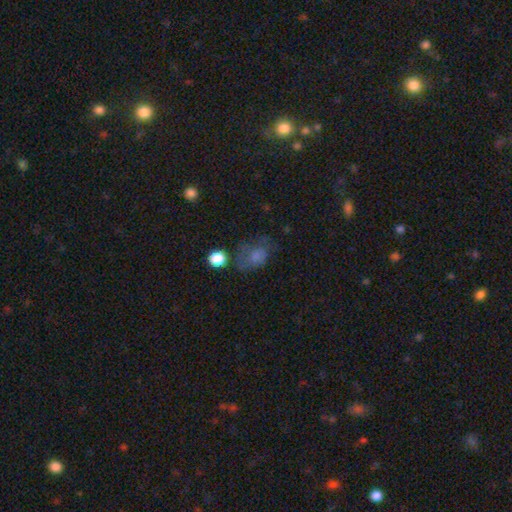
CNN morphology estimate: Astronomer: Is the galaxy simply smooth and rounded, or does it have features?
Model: smooth — 67%.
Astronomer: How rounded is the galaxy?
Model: in between — 66%.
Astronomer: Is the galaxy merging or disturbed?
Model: none — 41% (runner-up: minor disturbance, 27%).